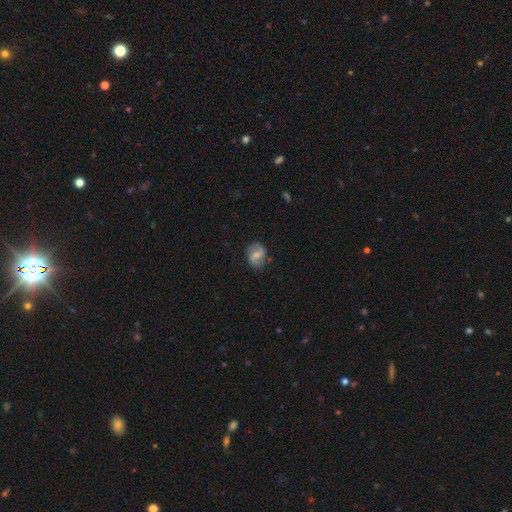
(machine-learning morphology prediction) type=featured or disk (52%); edge-on=no (97%); merging=none (78%).